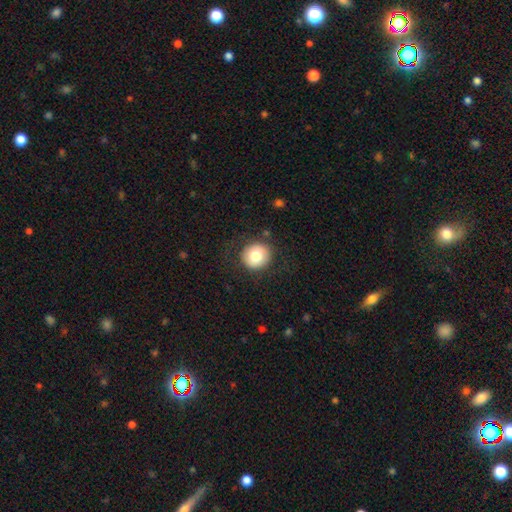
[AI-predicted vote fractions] A smooth galaxy with no disk features (76%) that is round (90%).

Vote fractions:
- Smooth or featured? smooth: 76% / featured or disk: 15% / star or artifact: 9%
- How rounded? round: 90% / in between: 9% / cigar-shaped: 1%
- Merging? none: 83% / minor disturbance: 11% / major disturbance: 5% / merger: 1%